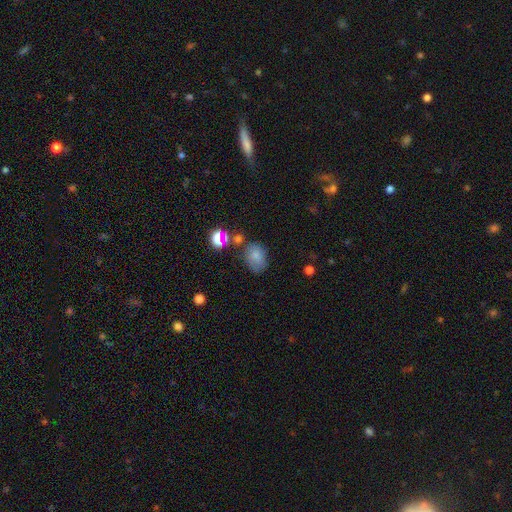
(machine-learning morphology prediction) Overall: smooth (75%). How rounded: in between (71%). Merging: none (59%; minor disturbance 23%).